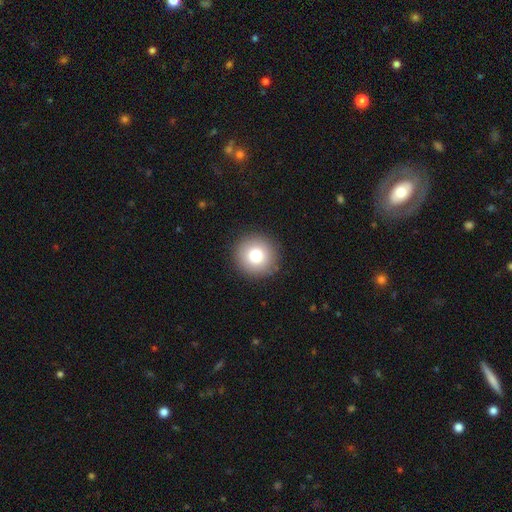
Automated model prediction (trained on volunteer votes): smooth_or_featured: smooth (p=0.80) [alt: star or artifact p=0.10]
how_rounded: round (p=0.93) [alt: in between p=0.06]
merging: none (p=0.91) [alt: minor disturbance p=0.06]